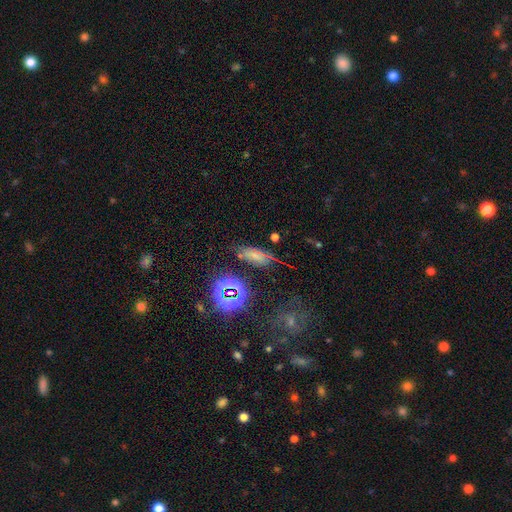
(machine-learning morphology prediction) smooth_or_featured: smooth (p=0.49) [alt: star or artifact p=0.32]
merging: none (p=0.62) [alt: minor disturbance p=0.23]